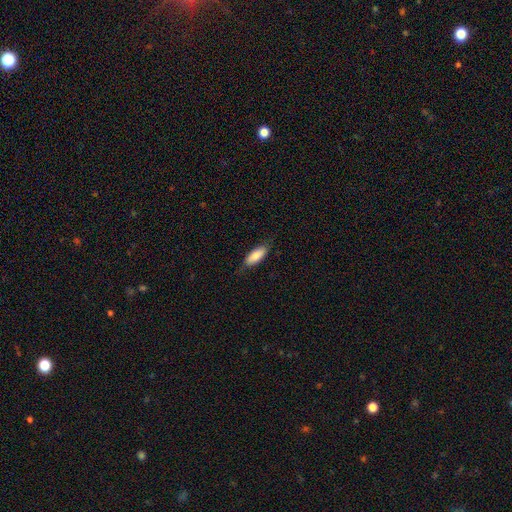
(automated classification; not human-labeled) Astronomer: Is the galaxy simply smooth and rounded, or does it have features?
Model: smooth — 84%.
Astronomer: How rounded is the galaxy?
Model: in between — 75%.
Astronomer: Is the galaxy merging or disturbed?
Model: none — 76%.